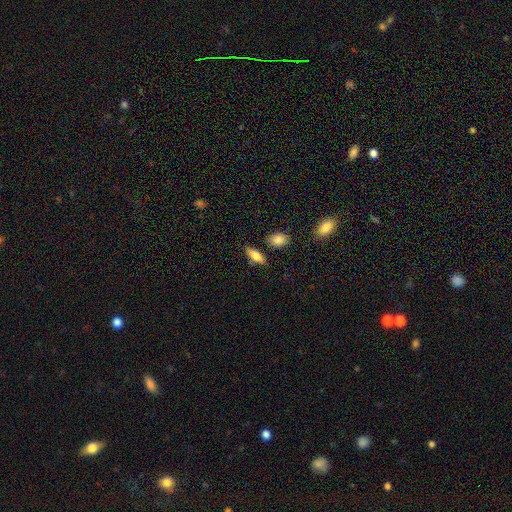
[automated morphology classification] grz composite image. It shows a smooth galaxy with no disk features (70%) that is in between round and cigar-shaped (71%). Merging: none (77%).